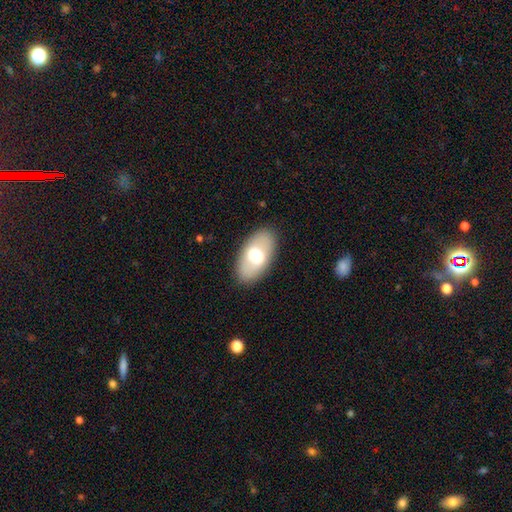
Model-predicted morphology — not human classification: Smooth or featured? Predicted: smooth (p=0.61). How rounded? Predicted: in between (p=0.93). Merging? Predicted: none (p=0.86).